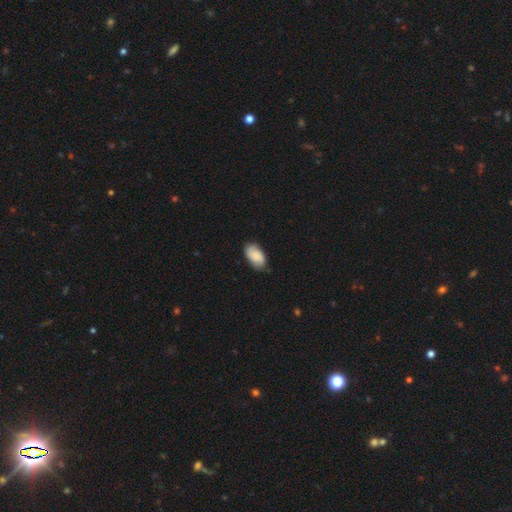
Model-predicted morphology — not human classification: smooth 71%, featured or disk 22%, star or artifact 7%. Down the decision tree: how rounded — in between (93%); merging — none (69%).